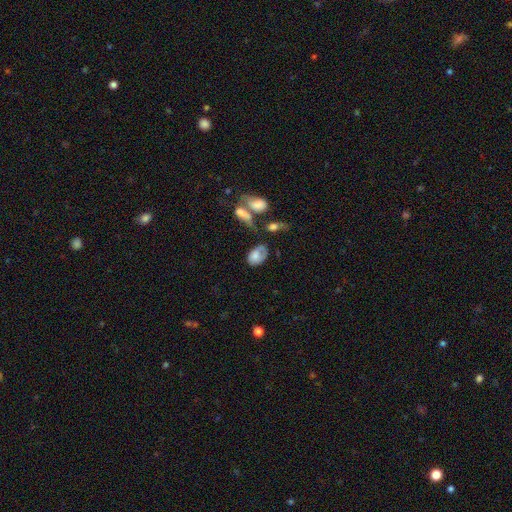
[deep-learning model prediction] Q: Smooth or featured?
A: smooth (66%); runner-up: featured or disk (26%)
Q: How rounded?
A: in between (85%); runner-up: round (13%)
Q: Merging?
A: none (31%); runner-up: minor disturbance (27%)